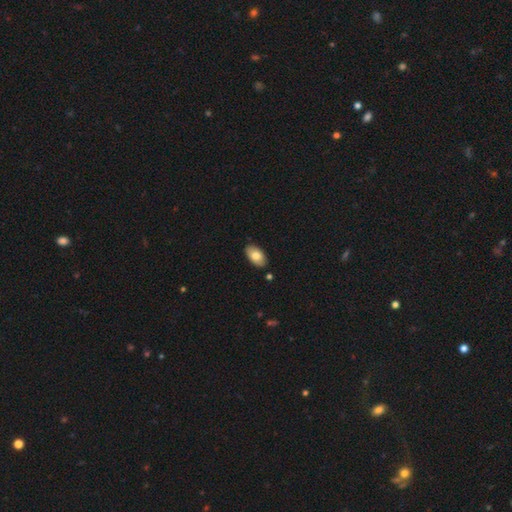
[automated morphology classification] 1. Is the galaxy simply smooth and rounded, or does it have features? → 79% smooth, 15% featured or disk, 6% star or artifact.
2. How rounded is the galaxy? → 95% in between, 4% round, 2% cigar-shaped.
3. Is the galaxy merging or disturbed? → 86% none, 10% minor disturbance, 2% merger, 2% major disturbance.